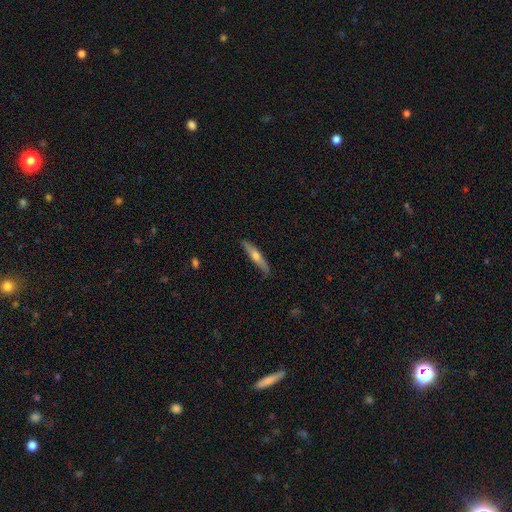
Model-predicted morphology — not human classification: Smooth or featured: featured or disk — 52% (smooth — 42%)
Edge-on disk: yes — 94% (no — 6%)
Merging: none — 87% (minor disturbance — 10%)